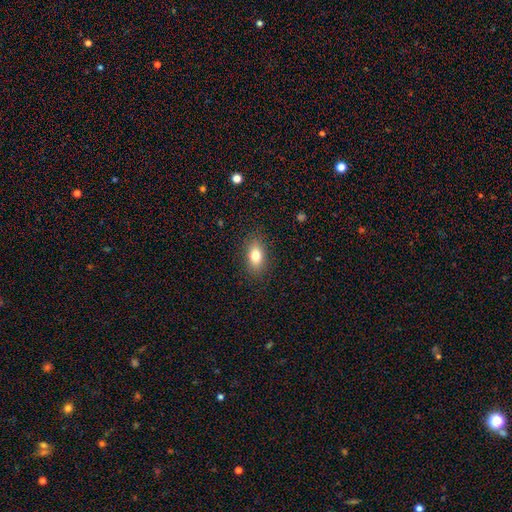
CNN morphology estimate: smooth-or-featured: smooth: 77% | featured or disk: 13% | star or artifact: 9%
  how-rounded: in between: 84% | round: 9% | cigar-shaped: 6%
  merging: none: 86% | minor disturbance: 10% | major disturbance: 3% | merger: 1%